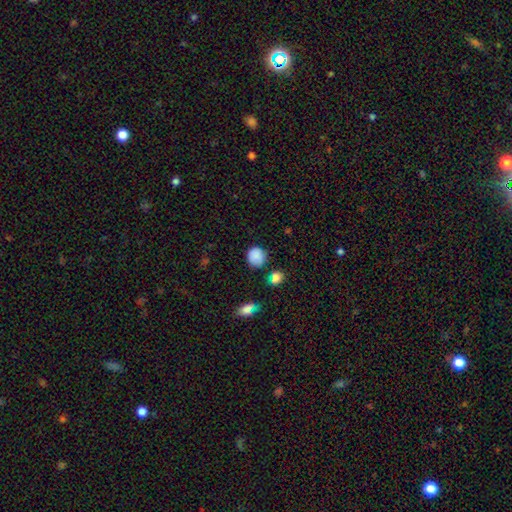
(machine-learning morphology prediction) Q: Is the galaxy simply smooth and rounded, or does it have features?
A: smooth — 86%.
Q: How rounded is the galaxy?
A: round — 85%.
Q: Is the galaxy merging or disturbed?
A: none — 76%.